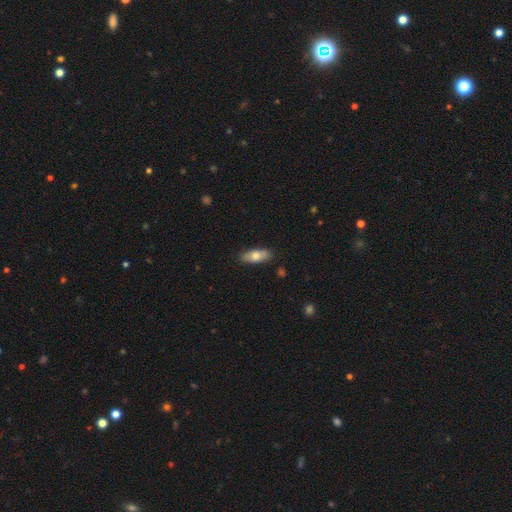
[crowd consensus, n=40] Q: Smooth or featured?
A: smooth (68%); runner-up: featured or disk (28%)
Q: How rounded?
A: in between (74%); runner-up: cigar-shaped (22%)
Q: Merging?
A: none (92%); runner-up: major disturbance (5%)